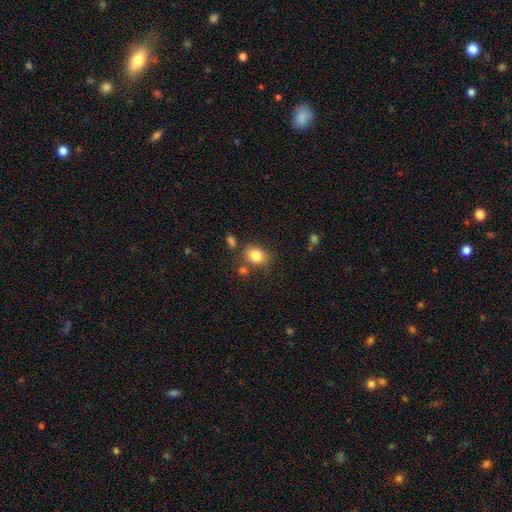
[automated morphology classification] smooth_or_featured: smooth (p=0.83) [alt: star or artifact p=0.10]
how_rounded: in between (p=0.51) [alt: round p=0.48]
merging: none (p=0.73) [alt: minor disturbance p=0.14]